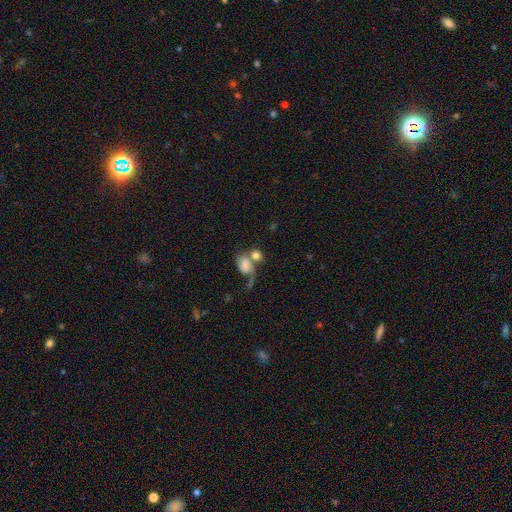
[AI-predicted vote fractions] Smooth or featured? Predicted: smooth (p=0.64). How rounded? Predicted: in between (p=0.51). Merging? Predicted: merger (p=0.48).